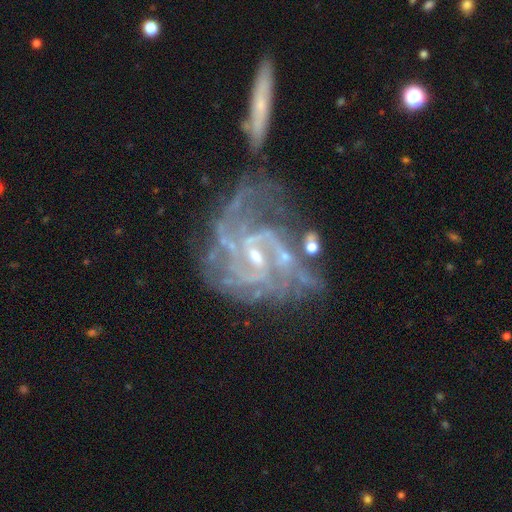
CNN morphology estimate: This appears to be a featured or disk galaxy (89%) with a weak bar (52%), 2 (43%) medium (46%) spiral arms (95%) and a small central bulge (68%). Merging: none (42%).